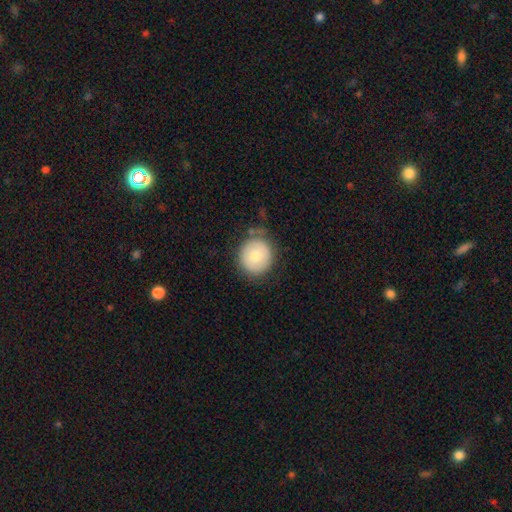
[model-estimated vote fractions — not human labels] smooth 71%, featured or disk 22%, star or artifact 7%. Down the decision tree: how rounded — round (90%); merging — none (76%).